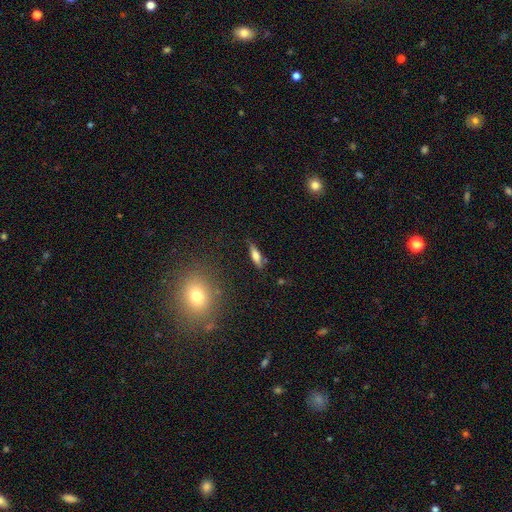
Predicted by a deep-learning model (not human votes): A smooth galaxy with no disk features (62%) that is cigar-shaped (55%). Merging: none (78%).